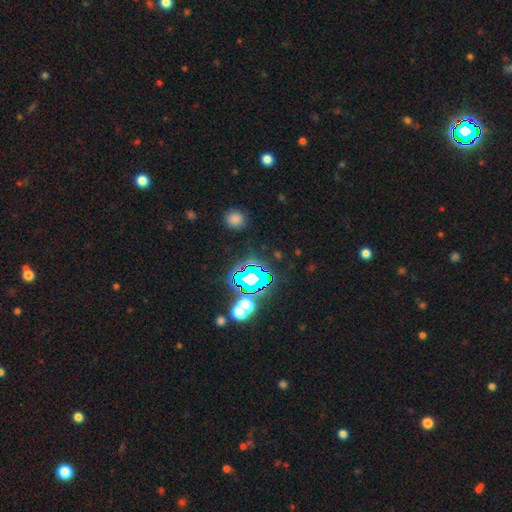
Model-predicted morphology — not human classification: Q: Smooth or featured?
A: star or artifact (80%); runner-up: smooth (12%)